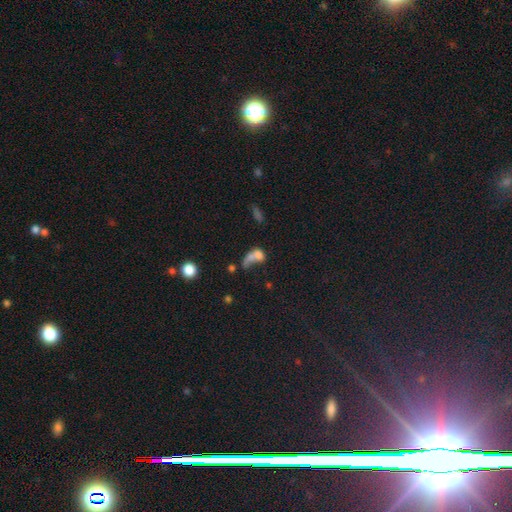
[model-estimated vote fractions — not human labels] Smooth or featured: smooth — 61% (featured or disk — 24%)
How rounded: in between — 64% (round — 28%)
Merging: merger — 50% (major disturbance — 23%)